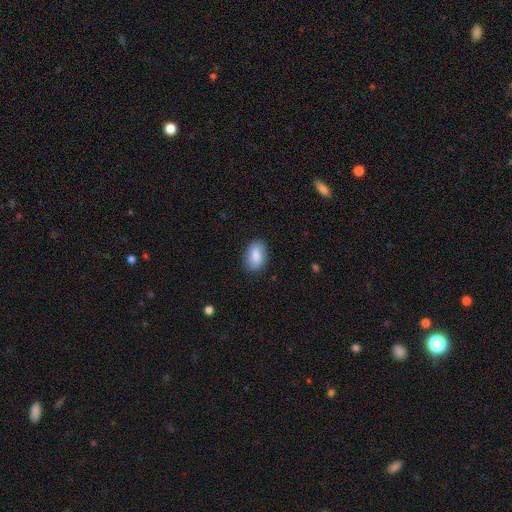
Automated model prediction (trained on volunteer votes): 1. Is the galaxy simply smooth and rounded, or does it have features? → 85% smooth, 8% featured or disk, 7% star or artifact.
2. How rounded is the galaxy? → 90% in between, 8% round, 2% cigar-shaped.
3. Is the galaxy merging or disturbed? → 84% none, 12% minor disturbance, 3% major disturbance, 1% merger.